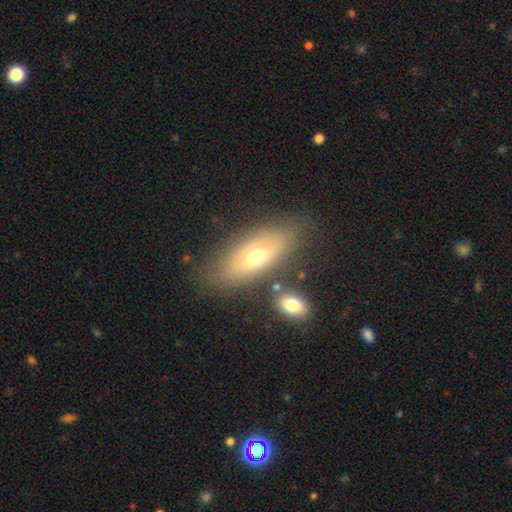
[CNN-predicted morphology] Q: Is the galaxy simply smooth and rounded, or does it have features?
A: smooth — 62%.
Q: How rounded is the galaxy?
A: in between — 77%.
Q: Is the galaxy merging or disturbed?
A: none — 72%.